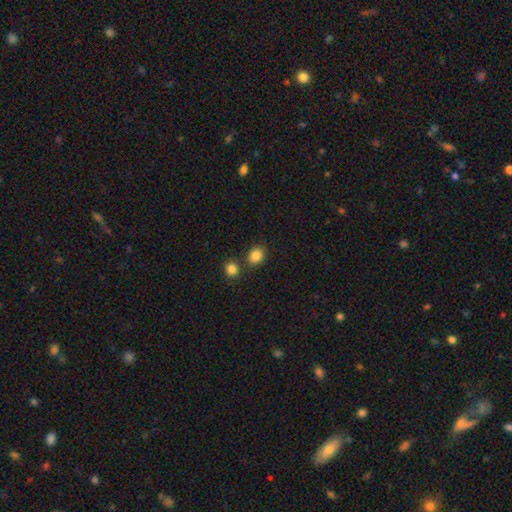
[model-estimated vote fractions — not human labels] Morphology: type=smooth (85%); roundness=round (60%); merging=none (75%).